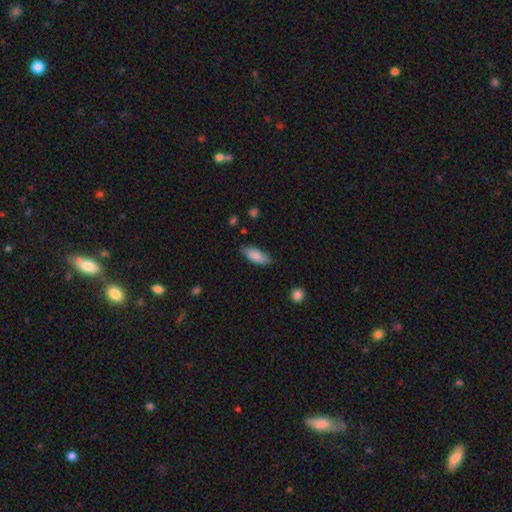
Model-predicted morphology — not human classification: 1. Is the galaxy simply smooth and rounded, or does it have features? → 86% smooth, 8% featured or disk, 6% star or artifact.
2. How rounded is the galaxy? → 77% in between, 21% cigar-shaped, 2% round.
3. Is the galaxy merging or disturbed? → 77% none, 18% minor disturbance, 3% major disturbance, 1% merger.